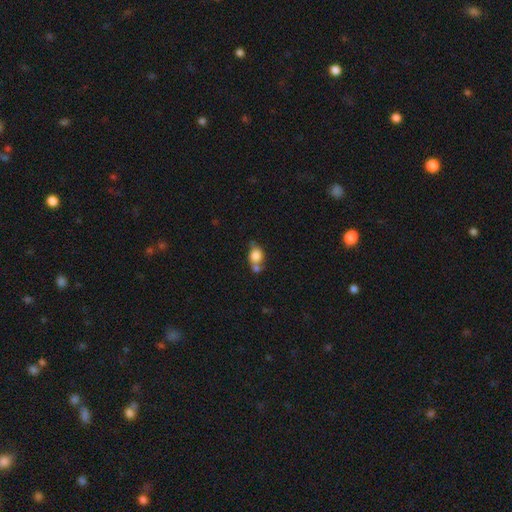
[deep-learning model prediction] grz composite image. It shows a smooth galaxy with no disk features (81%) that is round (56%). Merging: none (41%).